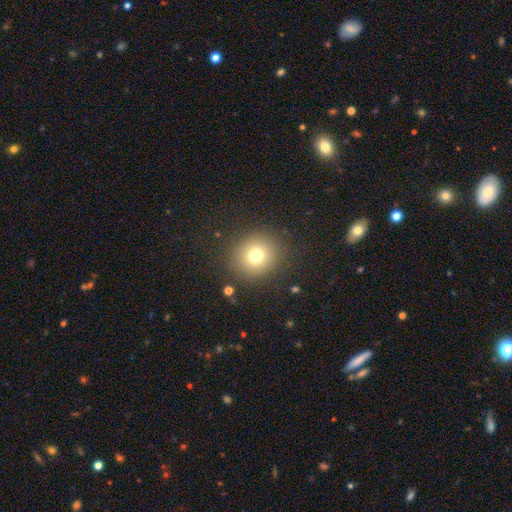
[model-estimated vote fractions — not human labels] smooth-or-featured: smooth: 74% | star or artifact: 15% | featured or disk: 11%
  how-rounded: round: 90% | in between: 9% | cigar-shaped: 1%
  merging: none: 88% | minor disturbance: 7% | major disturbance: 4% | merger: 1%